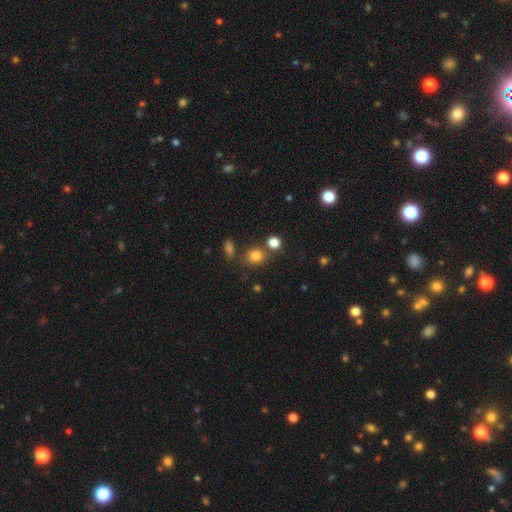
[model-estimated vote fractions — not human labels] smooth 80%, star or artifact 14%, featured or disk 6%. Down the decision tree: how rounded — round (73%); merging — none (69%).